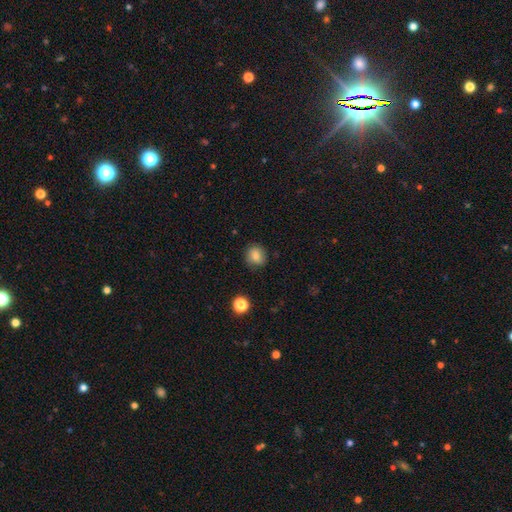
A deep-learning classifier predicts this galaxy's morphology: Smooth or featured: smooth — 81% (star or artifact — 11%)
How rounded: round — 82% (in between — 17%)
Merging: none — 83% (minor disturbance — 12%)